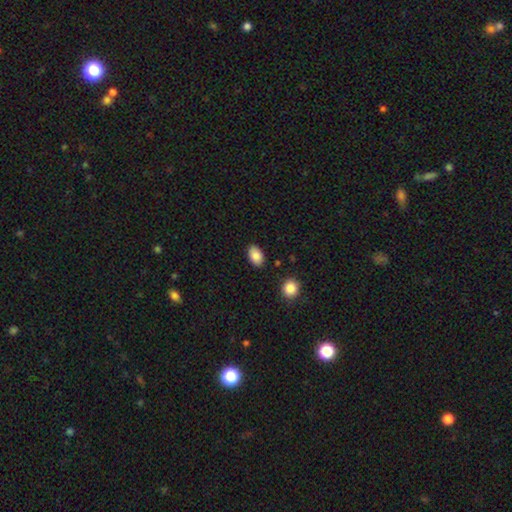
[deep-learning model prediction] Smooth or featured? Predicted: smooth (p=0.87). How rounded? Predicted: in between (p=0.90). Merging? Predicted: none (p=0.86).